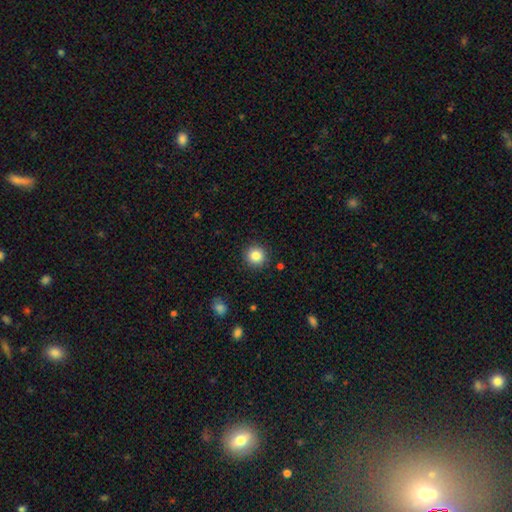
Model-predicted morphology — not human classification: Overall: smooth (84%). How rounded: round (93%). Merging: none (91%).